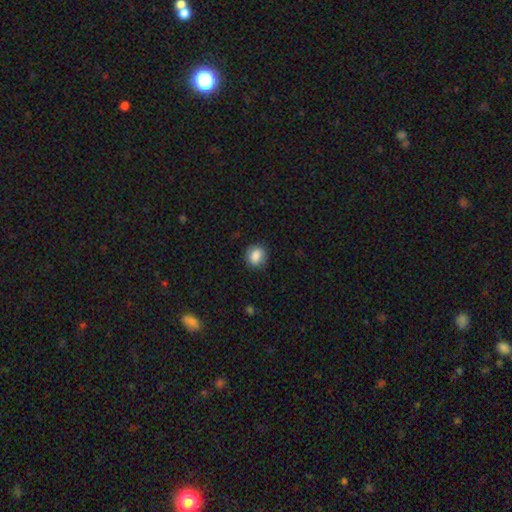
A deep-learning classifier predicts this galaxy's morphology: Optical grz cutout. It shows a smooth galaxy with no disk features (86%) that is round (72%). Merging: none (86%).